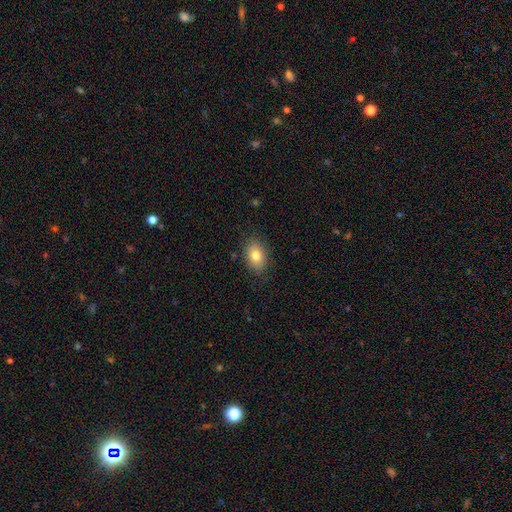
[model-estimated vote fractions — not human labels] smooth_or_featured: smooth (p=0.79) [alt: featured or disk p=0.12]
how_rounded: in between (p=0.82) [alt: round p=0.17]
merging: none (p=0.85) [alt: minor disturbance p=0.12]